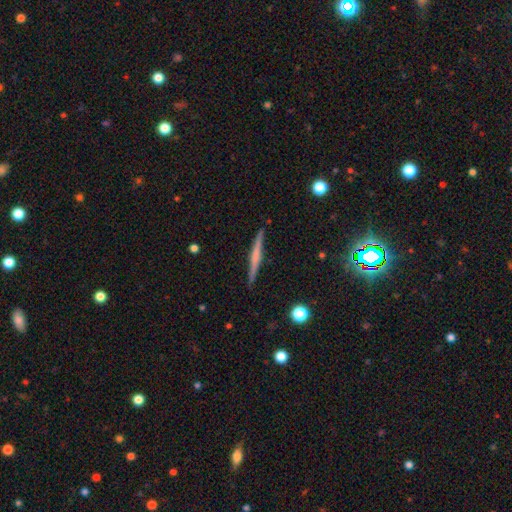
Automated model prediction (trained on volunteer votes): Smooth or featured? Predicted: featured or disk (p=0.58). Edge-on disk? Predicted: yes (p=0.98). Edge-on bulge? Predicted: none (p=0.51). Merging? Predicted: none (p=0.90).